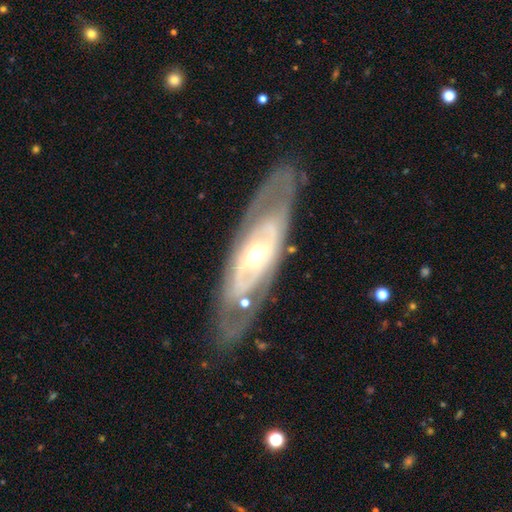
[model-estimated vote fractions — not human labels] The model was most divided on "bulge size": moderate: 49%, small: 44%, large: 5%, dominant: 1%, none: 1%. More confident: edge-on disk — no (81%); smooth or featured — featured or disk (80%); merging — none (79%); bar — no (62%); spiral arms — yes (53%).